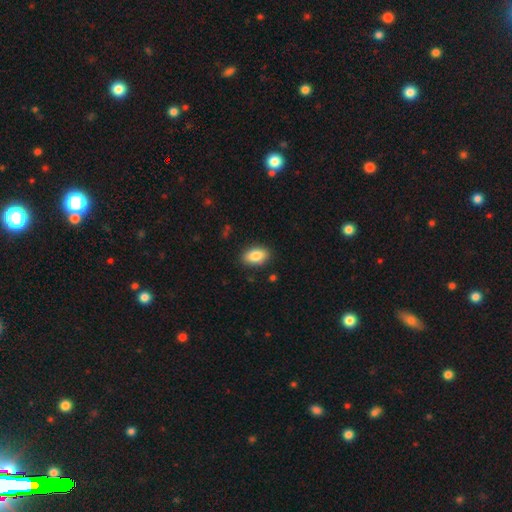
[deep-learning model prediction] Smooth or featured?
  - smooth: 85% *
  - featured or disk: 8%
  - star or artifact: 7%
How rounded?
  - in between: 90% *
  - round: 7%
  - cigar-shaped: 3%
Merging?
  - none: 88% *
  - minor disturbance: 9%
  - major disturbance: 2%
  - merger: 1%